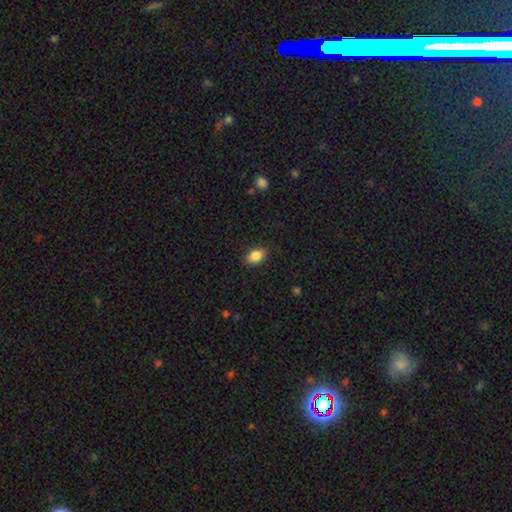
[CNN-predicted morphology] Q: Smooth or featured?
A: smooth (86%); runner-up: star or artifact (8%)
Q: How rounded?
A: in between (87%); runner-up: round (11%)
Q: Merging?
A: none (85%); runner-up: minor disturbance (11%)